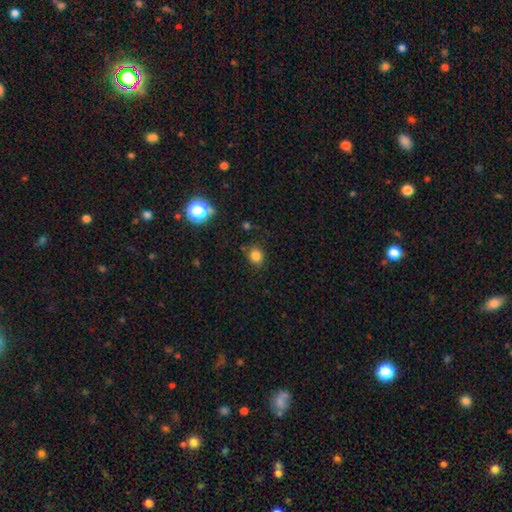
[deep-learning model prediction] The model was most divided on "how rounded": round: 71%, in between: 28%, cigar-shaped: 1%. More confident: smooth or featured — smooth (81%); merging — none (80%).